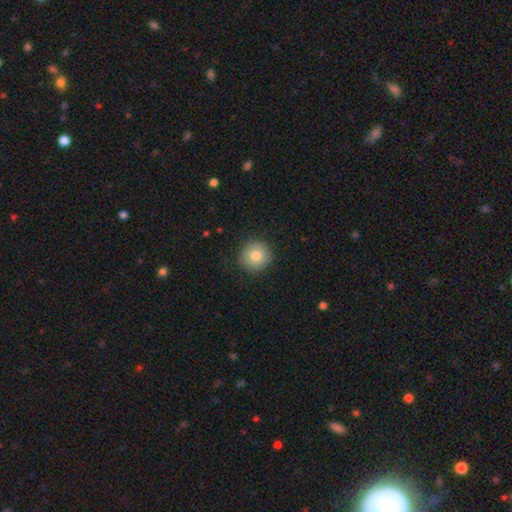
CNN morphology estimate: The model was most divided on "smooth or featured": smooth: 79%, featured or disk: 12%, star or artifact: 9%. More confident: how rounded — round (94%); merging — none (90%).